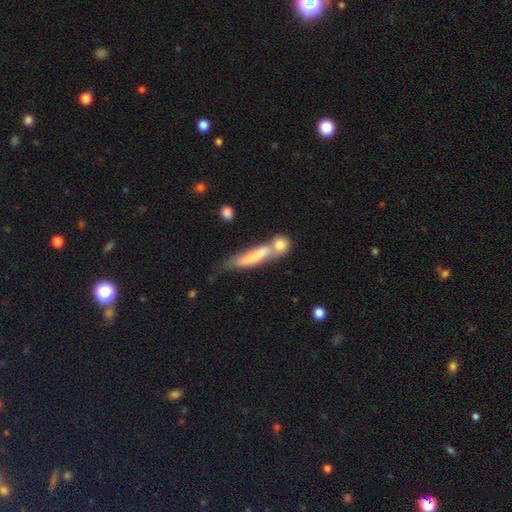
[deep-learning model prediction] The model was most divided on "merging": merger: 45%, none: 33%, minor disturbance: 15%, major disturbance: 7%. More confident: how rounded — cigar-shaped (81%); smooth or featured — smooth (68%).